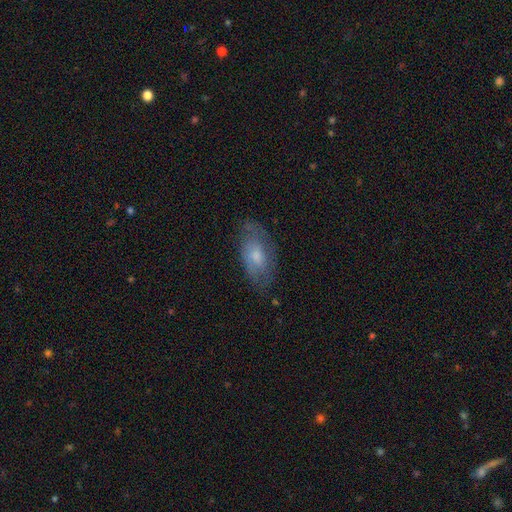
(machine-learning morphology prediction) A smooth galaxy with no disk features (52%) that is in between round and cigar-shaped (89%). Merging: none (69%).